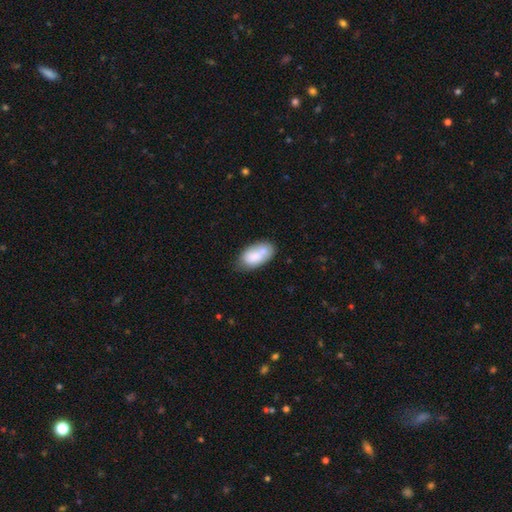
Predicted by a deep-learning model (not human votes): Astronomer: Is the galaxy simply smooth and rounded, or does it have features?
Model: smooth — 78%.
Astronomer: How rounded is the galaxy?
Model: in between — 94%.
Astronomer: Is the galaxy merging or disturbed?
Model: none — 57%.